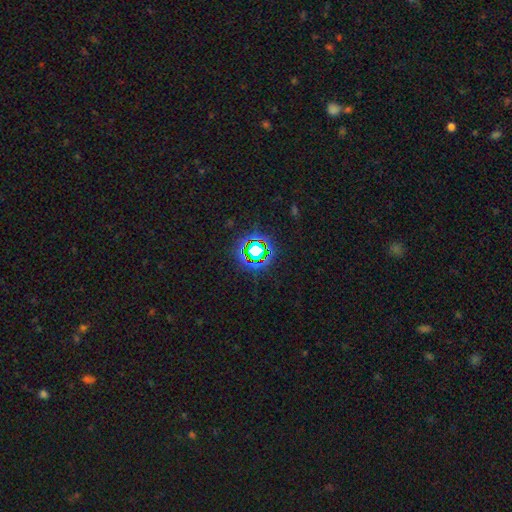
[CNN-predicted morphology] Smooth or featured? star or artifact (71%)